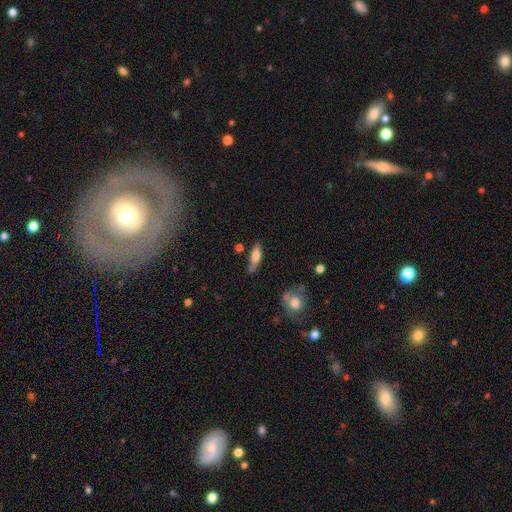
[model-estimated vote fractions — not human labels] smooth 68%, featured or disk 25%, star or artifact 7%. Down the decision tree: how rounded — cigar-shaped (52%); merging — none (64%).